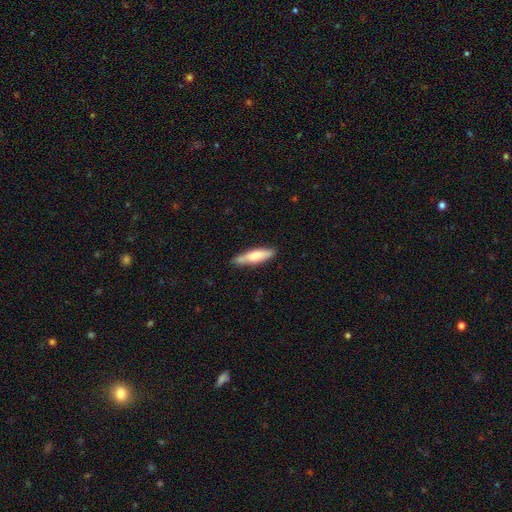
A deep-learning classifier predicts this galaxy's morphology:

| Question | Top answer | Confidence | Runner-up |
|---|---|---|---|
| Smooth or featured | smooth | 69% | featured or disk (26%) |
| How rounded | cigar-shaped | 72% | in between (26%) |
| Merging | none | 75% | minor disturbance (19%) |